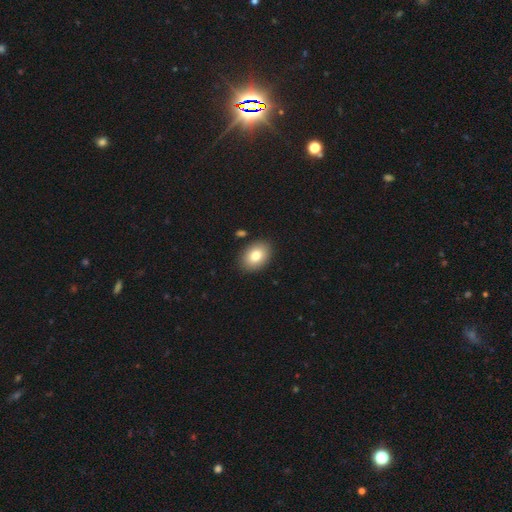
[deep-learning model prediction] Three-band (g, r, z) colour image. It shows a smooth galaxy with no disk features (80%) that is in between round and cigar-shaped (77%). Merging: none (88%).